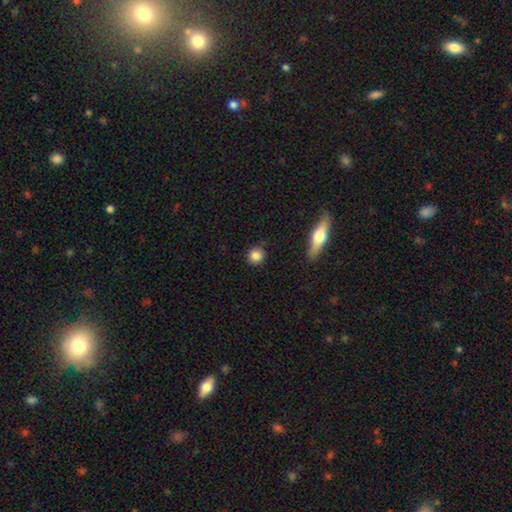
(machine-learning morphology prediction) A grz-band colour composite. It shows a smooth galaxy with no disk features (85%) that is round (89%). Merging: none (83%).